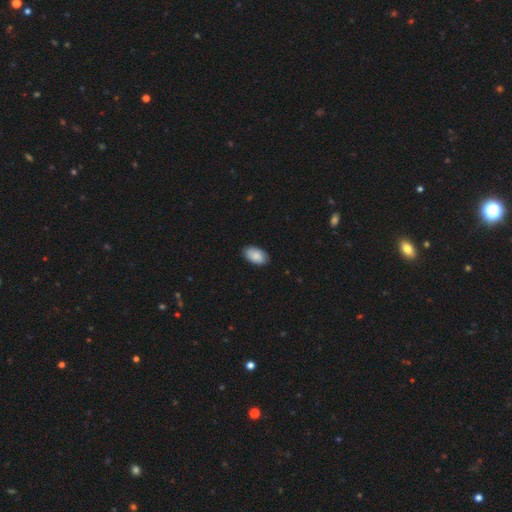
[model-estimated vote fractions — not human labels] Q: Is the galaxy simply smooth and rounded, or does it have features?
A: smooth — 88%.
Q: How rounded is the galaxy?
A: in between — 95%.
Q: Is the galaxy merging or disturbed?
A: none — 88%.